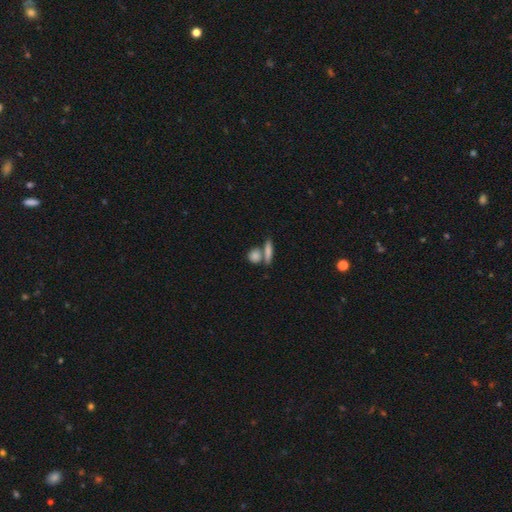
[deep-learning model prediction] Morphology: type=smooth (79%); roundness=round (50%); merging=none (54%).